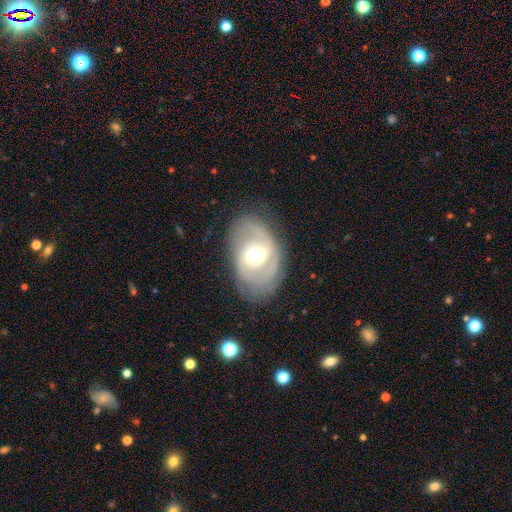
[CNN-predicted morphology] This is likely a featured or disk galaxy (75%). It is clearly not viewed edge-on (95%). Bar: possibly weak (49%). Spiral arm pattern: clearly yes (81%). Spiral arm count: likely 2 (73%). Spiral winding: marginally medium (42%). Central bulge: likely moderate (69%). Merging: likely none (74%).